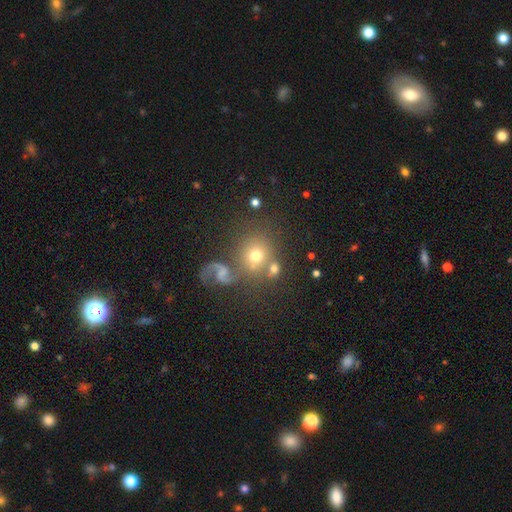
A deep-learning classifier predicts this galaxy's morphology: type=smooth (60%); roundness=round (82%); merging=none (61%).